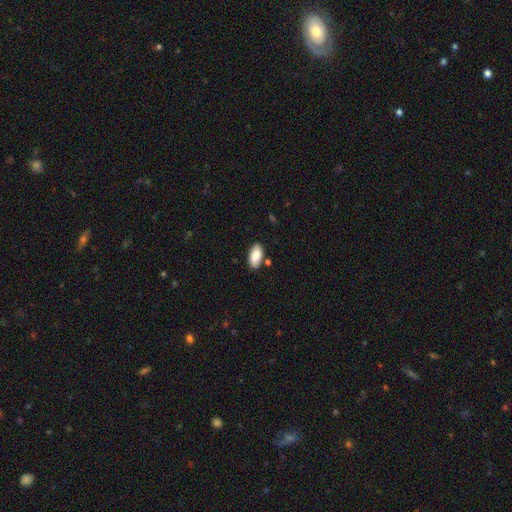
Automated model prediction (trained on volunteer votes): Morphology: type=smooth (84%); roundness=in between (94%); merging=none (81%).